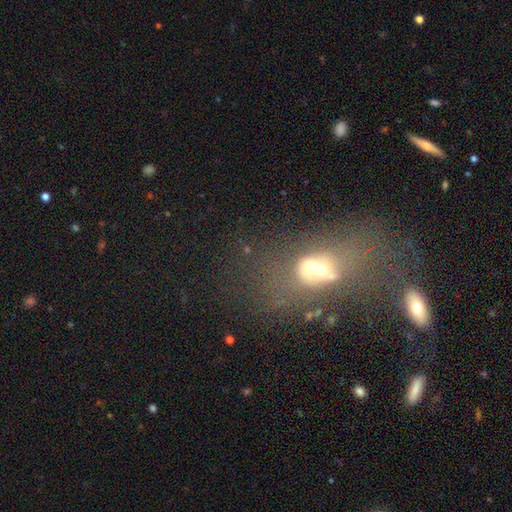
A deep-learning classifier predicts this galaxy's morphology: smooth_or_featured: smooth (p=0.45) [alt: featured or disk p=0.29]
merging: none (p=0.49) [alt: minor disturbance p=0.18]